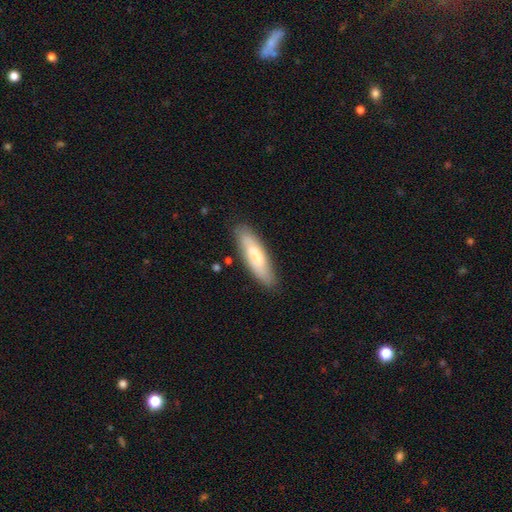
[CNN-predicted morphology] A smooth galaxy with no disk features (64%) that is cigar-shaped (56%). Merging: none (78%).